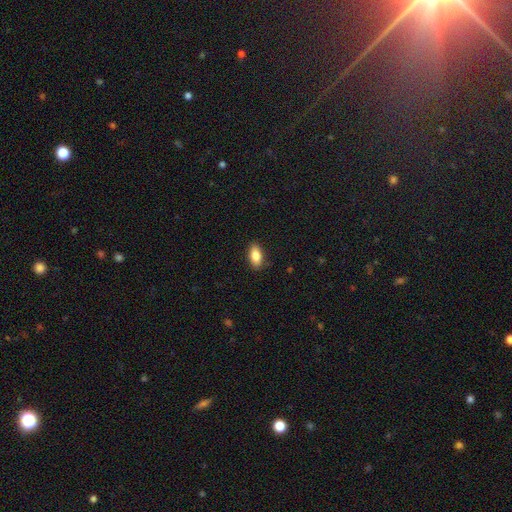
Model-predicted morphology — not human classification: Smooth or featured? smooth (84%)
How rounded? in between (90%)
Merging? none (86%)